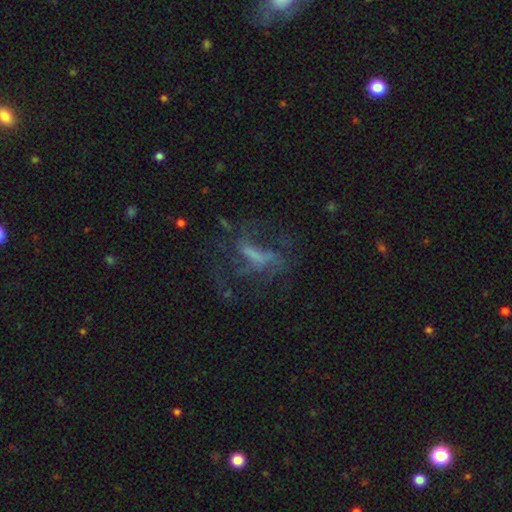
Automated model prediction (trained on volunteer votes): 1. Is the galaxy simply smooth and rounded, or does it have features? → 59% featured or disk, 22% smooth, 19% star or artifact.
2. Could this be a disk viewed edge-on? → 91% no, 9% yes.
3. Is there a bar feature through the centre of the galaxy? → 34% no, 33% weak, 32% strong.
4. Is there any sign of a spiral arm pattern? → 57% yes, 43% no.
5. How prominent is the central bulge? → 50% none, 21% small, 20% moderate, 7% large, 2% dominant.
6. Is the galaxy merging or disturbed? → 43% none, 38% major disturbance, 16% minor disturbance, 3% merger.